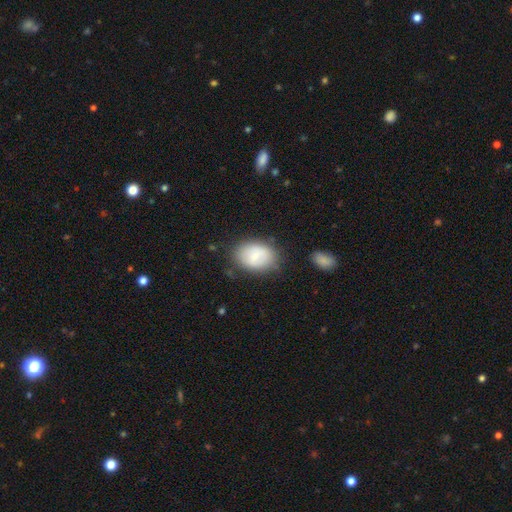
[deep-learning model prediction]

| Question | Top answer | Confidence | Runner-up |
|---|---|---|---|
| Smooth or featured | smooth | 74% | featured or disk (18%) |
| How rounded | in between | 78% | round (21%) |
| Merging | none | 71% | minor disturbance (20%) |